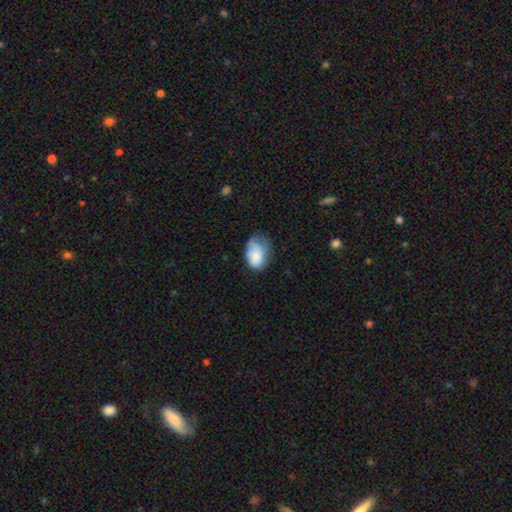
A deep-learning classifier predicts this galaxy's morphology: Smooth or featured? Predicted: smooth (p=0.78). How rounded? Predicted: in between (p=0.84). Merging? Predicted: minor disturbance (p=0.41).